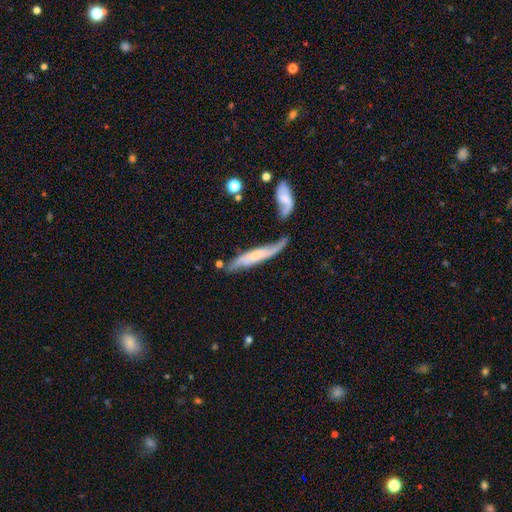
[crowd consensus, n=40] smooth-or-featured: featured or disk: 75% | smooth: 22% | star or artifact: 2%
  disk-edge-on: yes: 67% | no: 33%
    edge-on-bulge: none: 50% | rounded: 40% | boxy: 10%
  merging: minor disturbance: 33% | none: 26% | merger: 26% | major disturbance: 15%